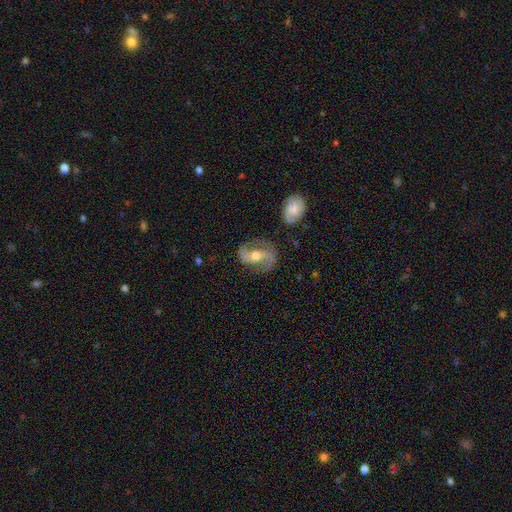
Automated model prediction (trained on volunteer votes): A featured or disk galaxy (87%) with a weak bar (37%), 2 (92%) loose (48%) spiral arms (95%) and a moderate central bulge (70%). Merging: none (77%).